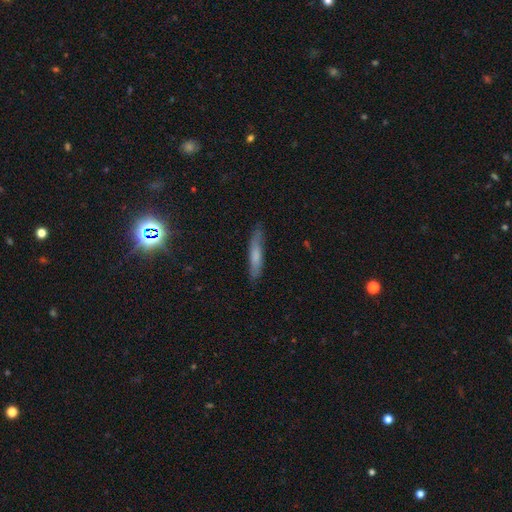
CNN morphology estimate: This appears to be a smooth galaxy with no disk features (64%) that is cigar-shaped (87%). Merging: none (78%).